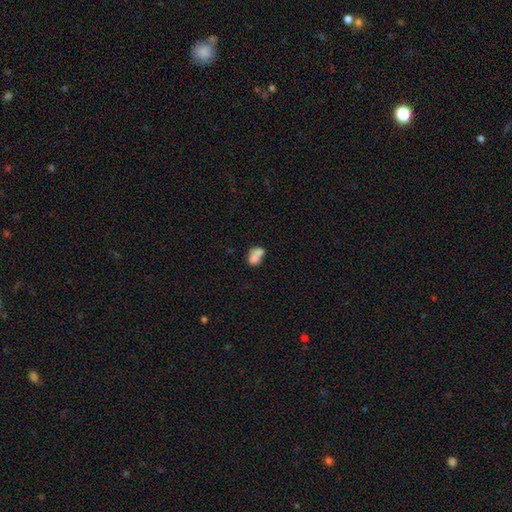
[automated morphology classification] Smooth or featured? smooth (73%)
How rounded? in between (75%)
Merging? merger (54%)